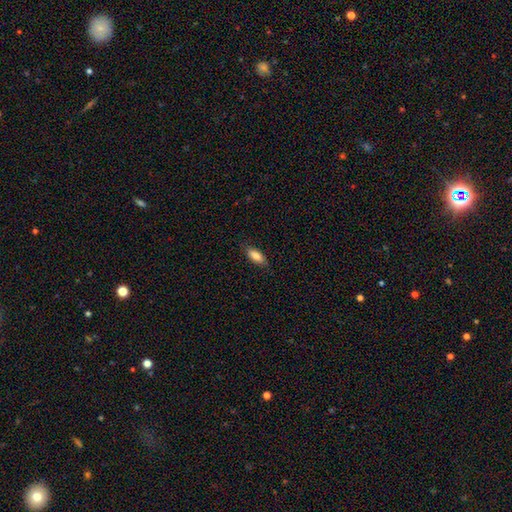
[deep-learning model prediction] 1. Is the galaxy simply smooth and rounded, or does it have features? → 83% smooth, 10% featured or disk, 7% star or artifact.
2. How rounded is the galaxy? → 77% in between, 21% cigar-shaped, 2% round.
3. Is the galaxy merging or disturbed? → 84% none, 13% minor disturbance, 3% major disturbance, 1% merger.